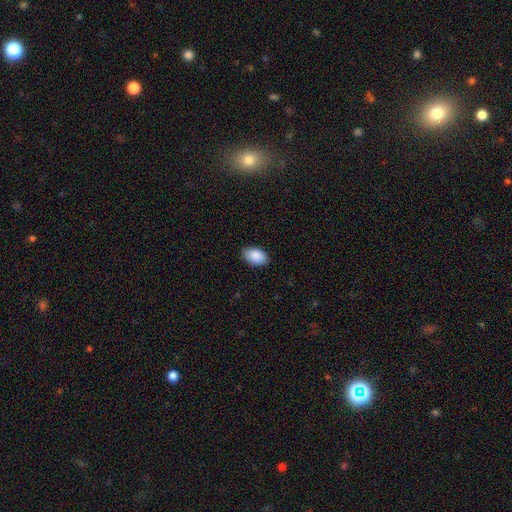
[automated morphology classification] Smooth or featured? Predicted: smooth (p=0.90). How rounded? Predicted: in between (p=0.93). Merging? Predicted: none (p=0.88).